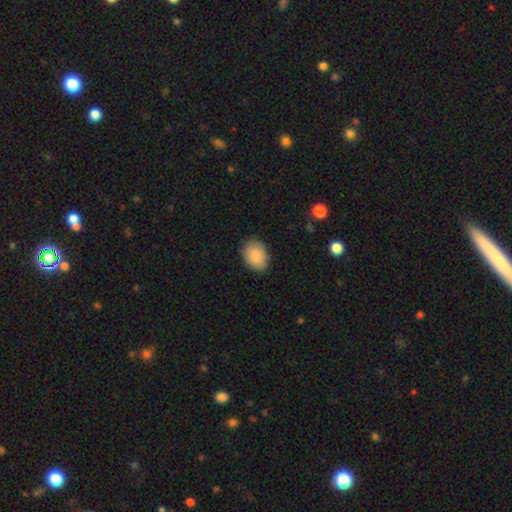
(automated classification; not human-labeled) The model was most divided on "how rounded": in between: 78%, round: 21%, cigar-shaped: 1%. More confident: smooth or featured — smooth (89%); merging — none (85%).